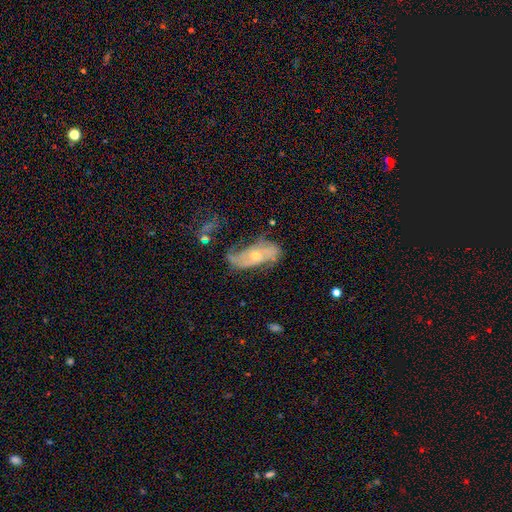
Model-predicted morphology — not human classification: This appears to be a featured or disk galaxy (71%) with no bar (70%), 2 (50%) medium (38%) spiral arms (82%) and a small central bulge (55%). Merging: none (48%).